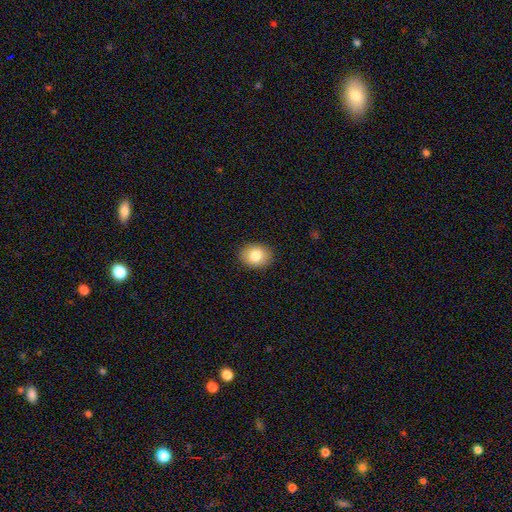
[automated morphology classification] smooth-or-featured: smooth: 83% | featured or disk: 9% | star or artifact: 9%
  how-rounded: in between: 52% | round: 47% | cigar-shaped: 1%
  merging: none: 89% | minor disturbance: 8% | major disturbance: 2% | merger: 1%